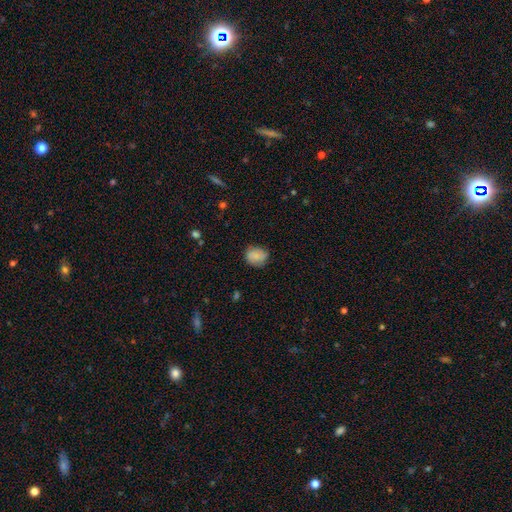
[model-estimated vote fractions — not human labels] smooth_or_featured: smooth (p=0.82) [alt: featured or disk p=0.10]
how_rounded: round (p=0.58) [alt: in between p=0.41]
merging: none (p=0.72) [alt: minor disturbance p=0.22]